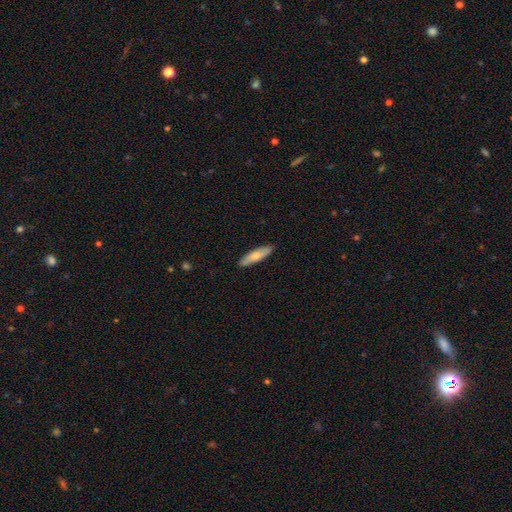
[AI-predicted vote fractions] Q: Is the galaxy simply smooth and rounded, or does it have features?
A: smooth — 77%.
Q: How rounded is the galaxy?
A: cigar-shaped — 73%.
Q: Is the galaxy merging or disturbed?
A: none — 89%.